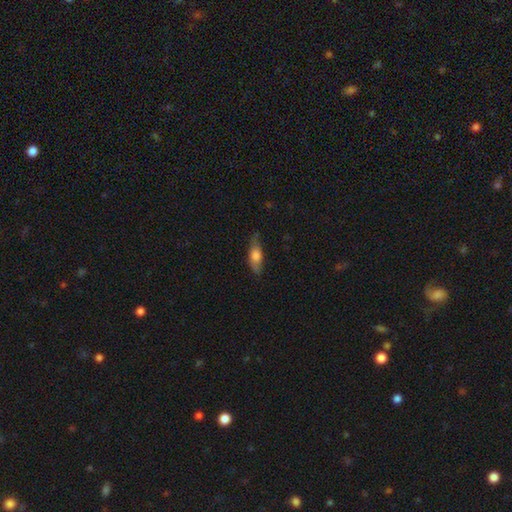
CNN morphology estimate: This is likely a smooth galaxy (67%). How rounded: likely in between (65%). Merging: likely none (71%).